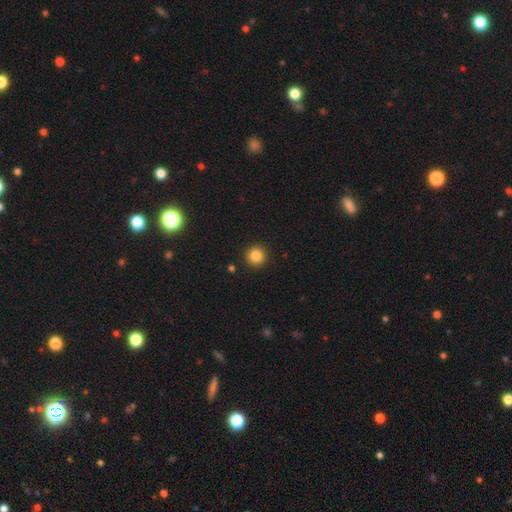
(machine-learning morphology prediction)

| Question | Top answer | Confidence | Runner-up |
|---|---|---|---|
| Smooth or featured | smooth | 85% | star or artifact (11%) |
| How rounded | round | 95% | in between (4%) |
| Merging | none | 92% | minor disturbance (5%) |